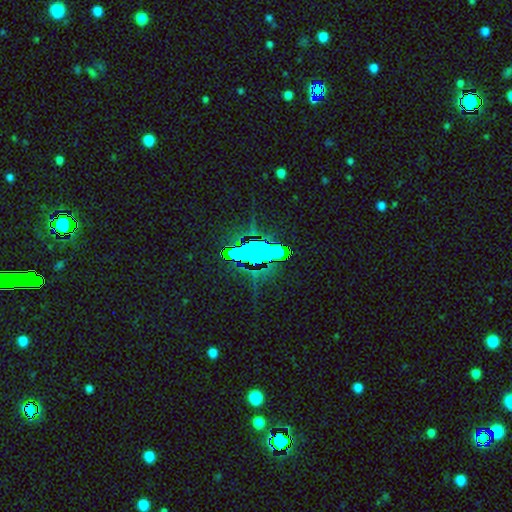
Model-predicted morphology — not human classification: Smooth or featured? star or artifact (70%)